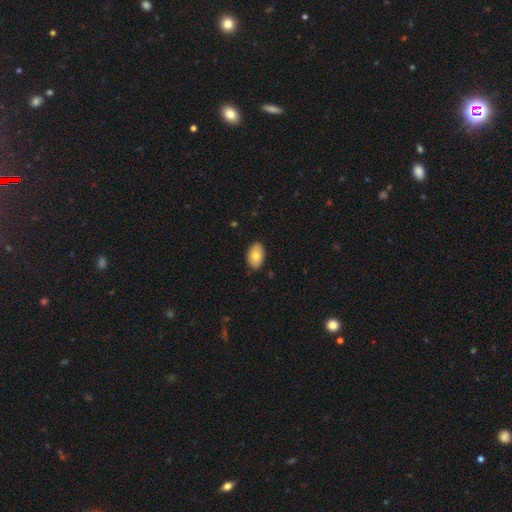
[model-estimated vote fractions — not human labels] This is likely a smooth galaxy (77%). How rounded: clearly in between (91%). Merging: clearly none (87%).